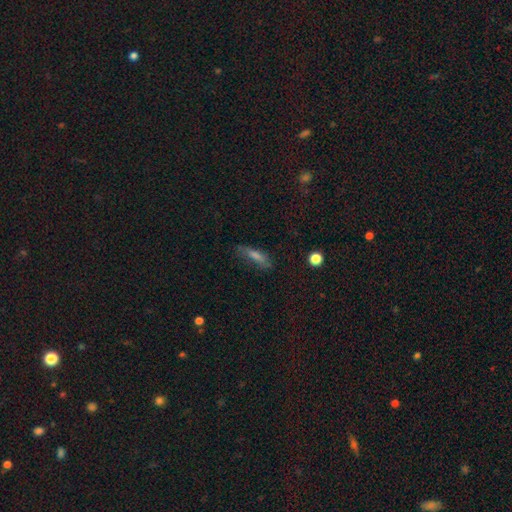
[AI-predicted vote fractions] The model was most divided on "how rounded": cigar-shaped: 65%, in between: 31%, round: 3%. More confident: merging — none (66%); smooth or featured — smooth (60%).